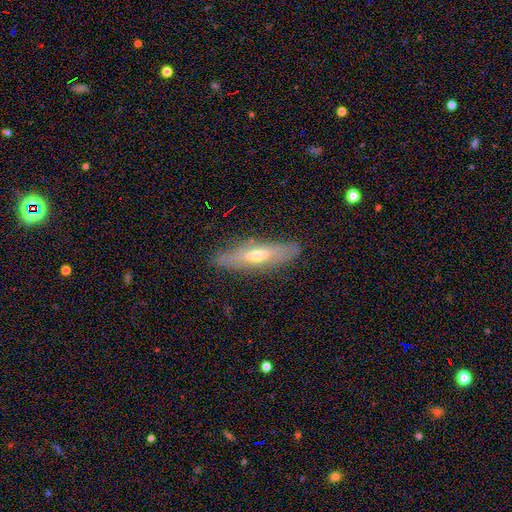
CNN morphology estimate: Smooth or featured? Predicted: featured or disk (p=0.50). Edge-on disk? Predicted: yes (p=0.63). Merging? Predicted: none (p=0.82).